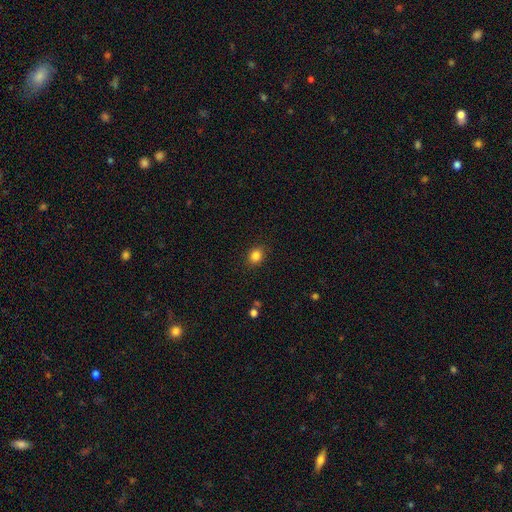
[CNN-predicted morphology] Smooth or featured?
  - smooth: 85% *
  - star or artifact: 11%
  - featured or disk: 4%
How rounded?
  - round: 61% *
  - in between: 38%
  - cigar-shaped: 1%
Merging?
  - none: 88% *
  - minor disturbance: 8%
  - major disturbance: 2%
  - merger: 1%